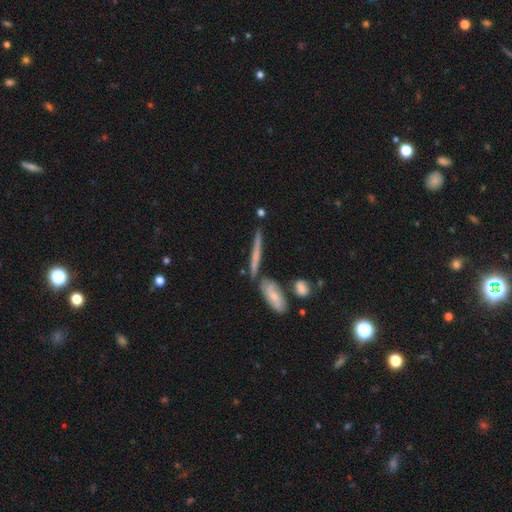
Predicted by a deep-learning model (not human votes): Q: Smooth or featured?
A: featured or disk (47%); runner-up: smooth (45%)
Q: Merging?
A: none (70%); runner-up: merger (14%)